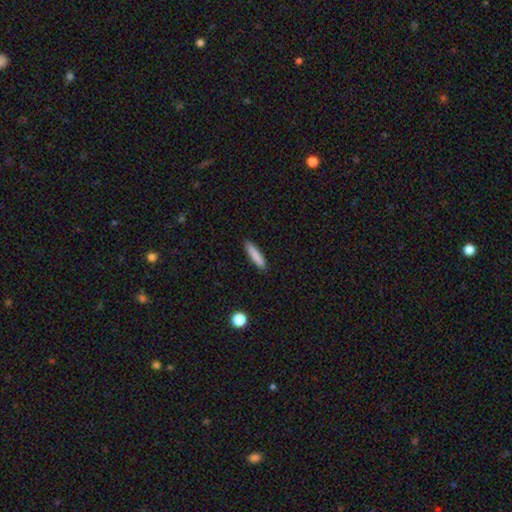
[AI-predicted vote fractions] Smooth or featured?
  - smooth: 85% *
  - featured or disk: 8%
  - star or artifact: 7%
How rounded?
  - cigar-shaped: 84% *
  - in between: 15%
  - round: 1%
Merging?
  - none: 90% *
  - minor disturbance: 7%
  - major disturbance: 2%
  - merger: 1%